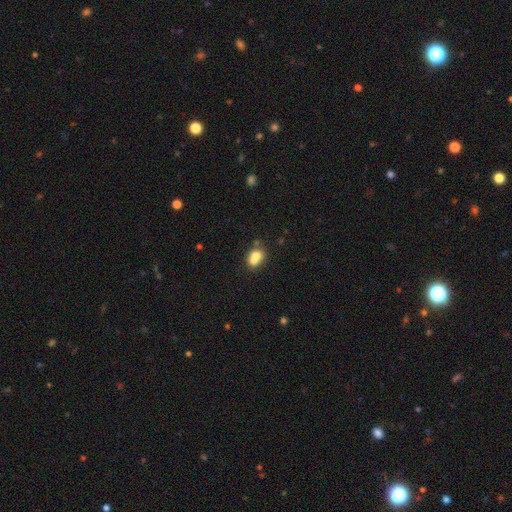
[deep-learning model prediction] This appears to be a smooth galaxy with no disk features (70%) that is round (53%). Merging: merger (56%).